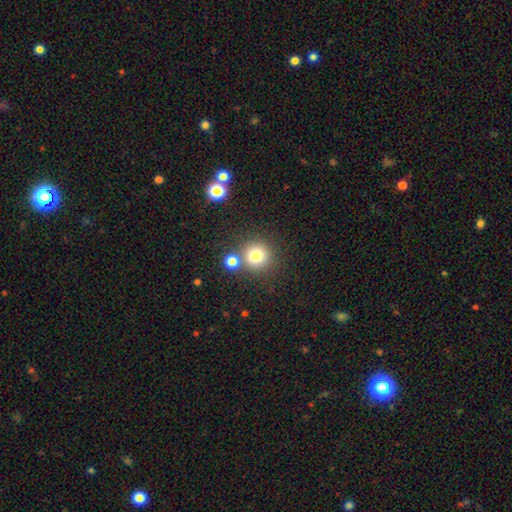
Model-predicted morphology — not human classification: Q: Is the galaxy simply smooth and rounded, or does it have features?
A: smooth — 78%.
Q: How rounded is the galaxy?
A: round — 93%.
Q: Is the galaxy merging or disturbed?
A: none — 72%.